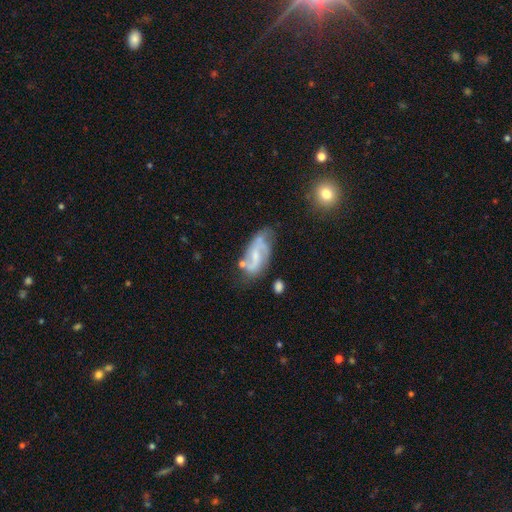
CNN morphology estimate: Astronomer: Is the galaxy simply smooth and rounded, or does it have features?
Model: featured or disk — 75%.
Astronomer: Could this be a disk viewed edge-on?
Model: no — 95%.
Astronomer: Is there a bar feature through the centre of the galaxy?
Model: weak — 48% (runner-up: no, 35%).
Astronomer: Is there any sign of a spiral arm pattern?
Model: yes — 90%.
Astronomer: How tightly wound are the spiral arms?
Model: loose — 46% (runner-up: medium, 40%).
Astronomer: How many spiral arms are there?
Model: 2 — 82%.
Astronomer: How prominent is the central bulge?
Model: small — 54%.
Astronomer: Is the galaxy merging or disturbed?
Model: none — 55%.